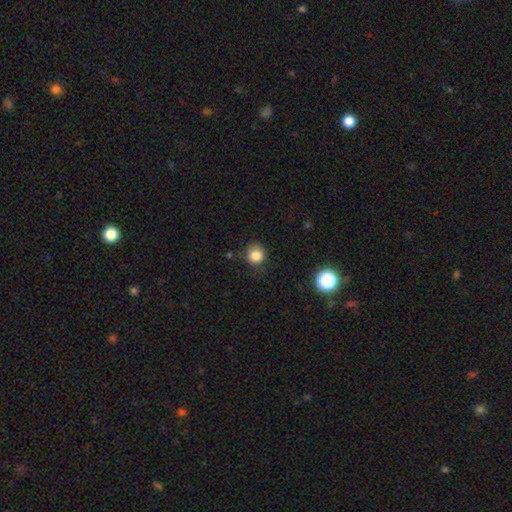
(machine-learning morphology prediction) A smooth galaxy with no disk features (84%) that is round (86%). Merging: none (74%).